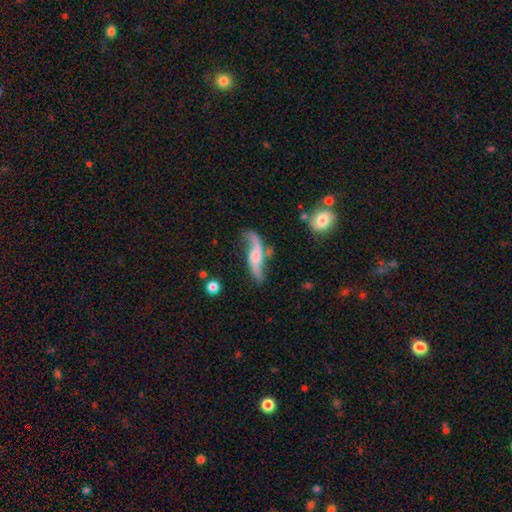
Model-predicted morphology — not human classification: A featured or disk galaxy (82%) with no bar (54%), 2 (92%) loose (89%) spiral arms (94%) and a moderate central bulge (37%).

Vote fractions:
- Smooth or featured? featured or disk: 82% / smooth: 13% / star or artifact: 6%
- Edge-on disk? no: 81% / yes: 19%
- Bar? no: 54% / weak: 34% / strong: 12%
- Spiral arms? yes: 94% / no: 6%
- Spiral winding? loose: 89% / medium: 8% / tight: 3%
- Spiral arm count? 2: 92% / 1: 3% / can't tell: 2% / 3: 1% / 4: 1% / more than 4: 1%
- Bulge size? moderate: 37% / small: 28% / none: 18% / large: 14% / dominant: 3%
- Merging? none: 63% / minor disturbance: 20% / major disturbance: 11% / merger: 7%